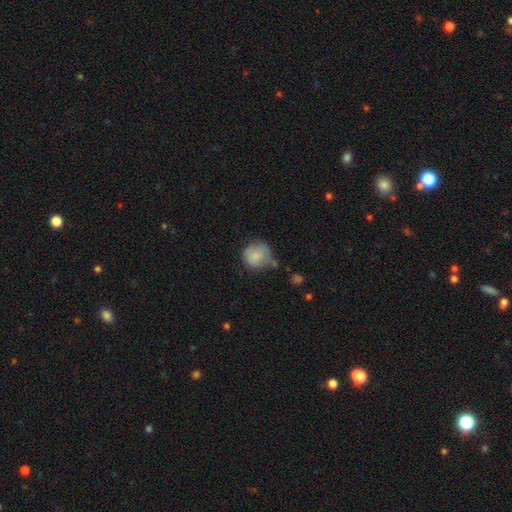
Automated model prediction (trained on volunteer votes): Q: Smooth or featured?
A: smooth (78%); runner-up: featured or disk (15%)
Q: How rounded?
A: round (85%); runner-up: in between (14%)
Q: Merging?
A: none (49%); runner-up: minor disturbance (32%)